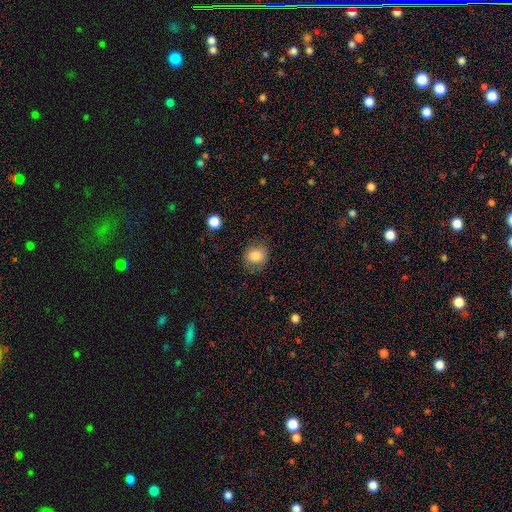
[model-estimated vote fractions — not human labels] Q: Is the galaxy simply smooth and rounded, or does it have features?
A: smooth — 82%.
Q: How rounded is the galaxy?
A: round — 67%.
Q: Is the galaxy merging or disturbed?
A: none — 76%.